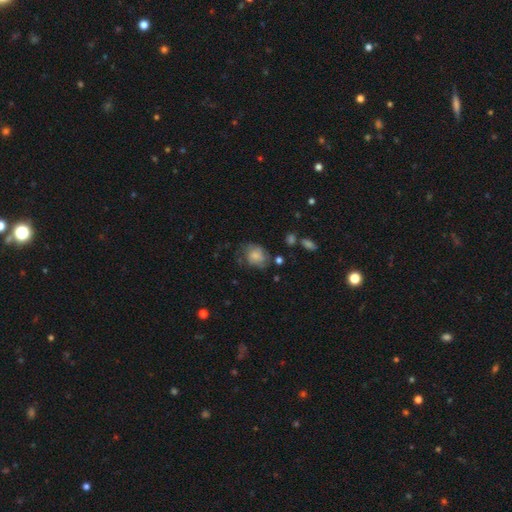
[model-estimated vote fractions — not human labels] This appears to be a smooth galaxy with no disk features (60%) that is in between round and cigar-shaped (50%). Merging: none (51%).